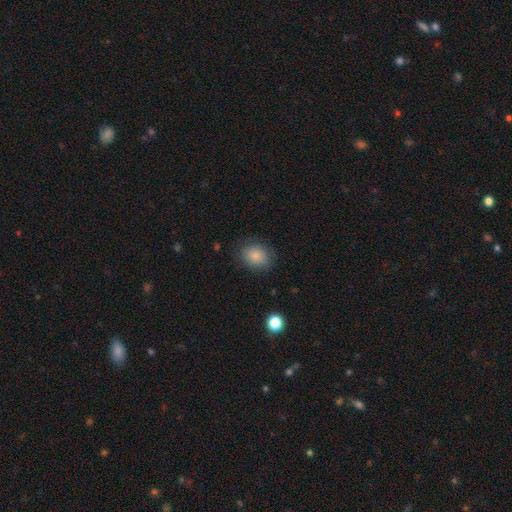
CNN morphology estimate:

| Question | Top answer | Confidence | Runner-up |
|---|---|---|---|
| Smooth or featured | smooth | 85% | star or artifact (8%) |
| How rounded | in between | 50% | round (49%) |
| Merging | none | 82% | minor disturbance (13%) |